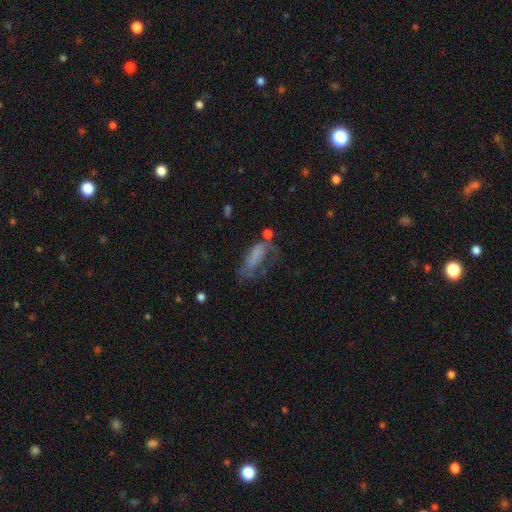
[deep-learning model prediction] A smooth galaxy with no disk features (50%) that is in between round and cigar-shaped (72%). Merging: major disturbance (45%).